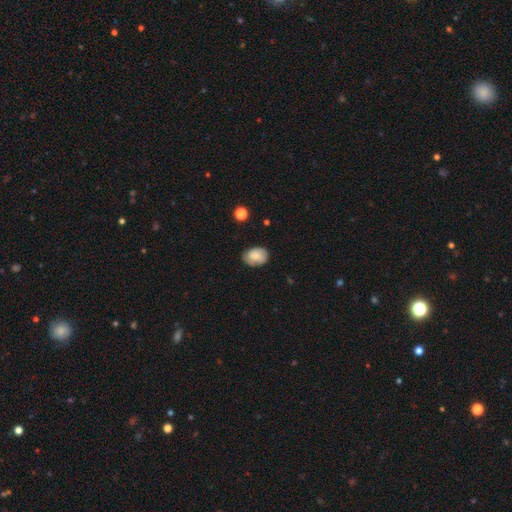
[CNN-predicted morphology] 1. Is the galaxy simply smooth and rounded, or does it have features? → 72% smooth, 20% featured or disk, 8% star or artifact.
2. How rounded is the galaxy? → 75% in between, 24% round, 1% cigar-shaped.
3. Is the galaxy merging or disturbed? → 74% none, 21% minor disturbance, 4% major disturbance, 1% merger.